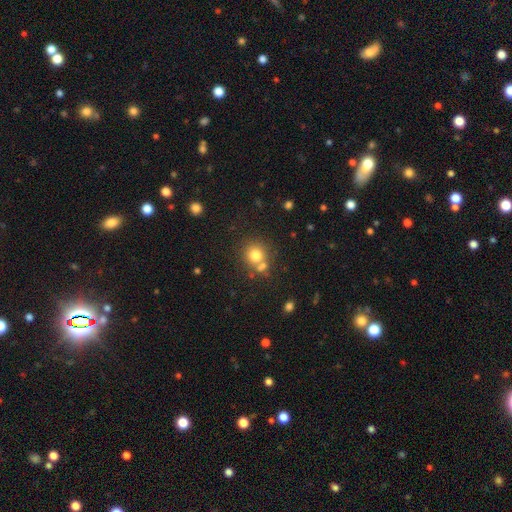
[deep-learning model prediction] Morphology: type=smooth (76%); roundness=round (87%); merging=none (59%).